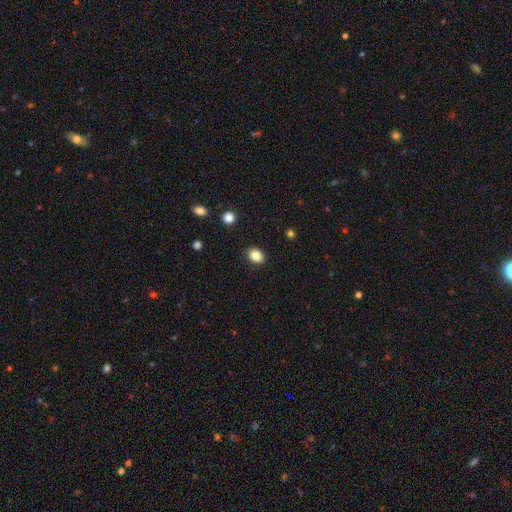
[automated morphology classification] Smooth or featured: smooth — 86% (star or artifact — 10%)
How rounded: in between — 67% (round — 32%)
Merging: none — 89% (minor disturbance — 8%)